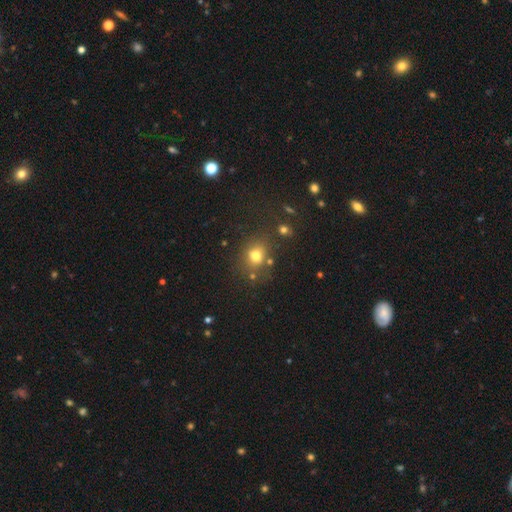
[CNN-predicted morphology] type=smooth (72%); roundness=round (64%); merging=none (69%).